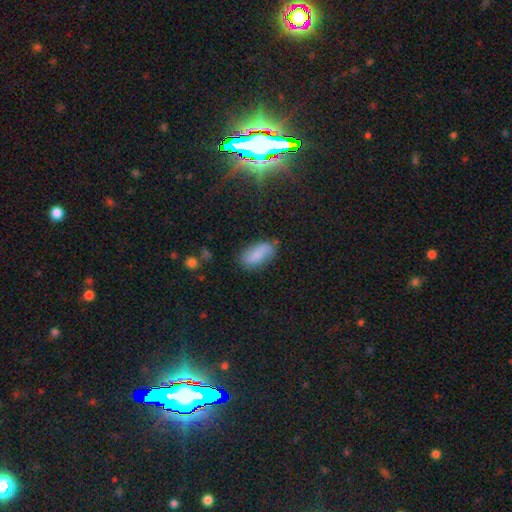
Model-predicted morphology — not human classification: This appears to be a smooth galaxy with no disk features (72%) that is in between round and cigar-shaped (86%). Merging: none (69%).